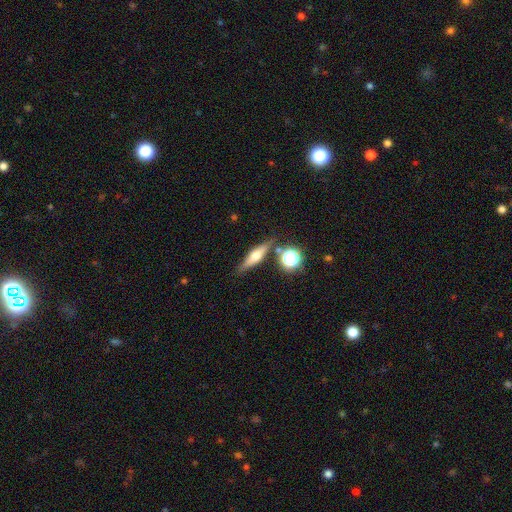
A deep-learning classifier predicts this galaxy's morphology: type=featured or disk (50%); merging=none (80%).